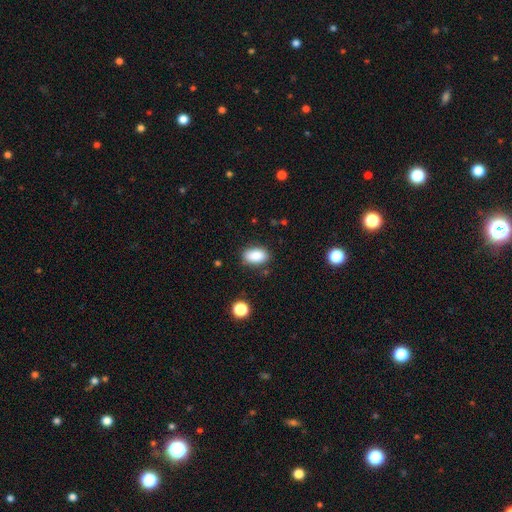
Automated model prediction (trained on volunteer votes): smooth_or_featured: smooth (p=0.88) [alt: star or artifact p=0.08]
how_rounded: in between (p=0.92) [alt: round p=0.07]
merging: none (p=0.85) [alt: minor disturbance p=0.11]